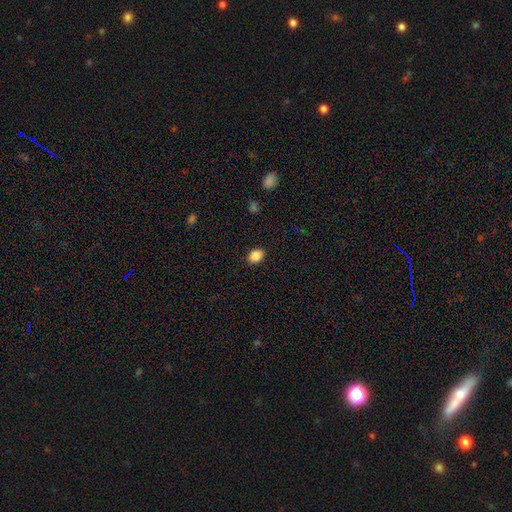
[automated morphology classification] This is clearly a smooth galaxy (87%). How rounded: likely in between (68%). Merging: clearly none (89%).